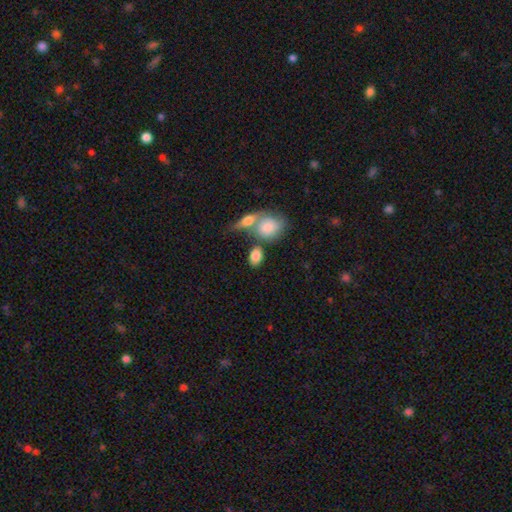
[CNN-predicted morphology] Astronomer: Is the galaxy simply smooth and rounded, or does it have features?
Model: smooth — 84%.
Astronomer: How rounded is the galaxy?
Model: in between — 80%.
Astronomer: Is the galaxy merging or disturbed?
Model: none — 52% (runner-up: merger, 30%).